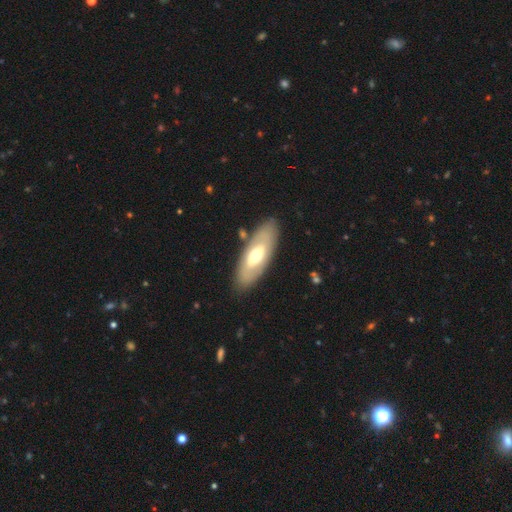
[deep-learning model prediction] featured or disk 48%, smooth 47%, star or artifact 5%. Down the decision tree: merging — none (83%).